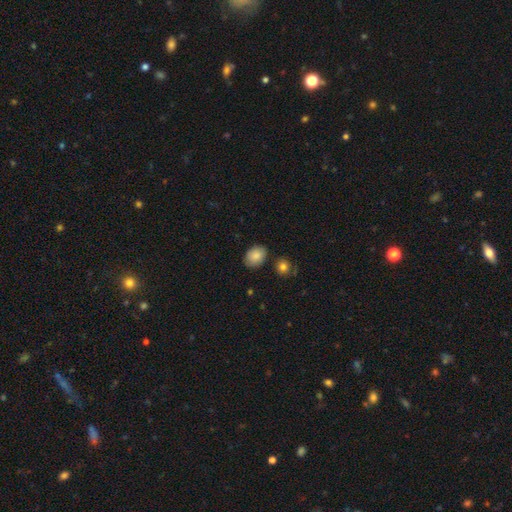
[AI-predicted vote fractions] This is clearly a smooth galaxy (87%). How rounded: likely in between (68%). Merging: clearly none (82%).